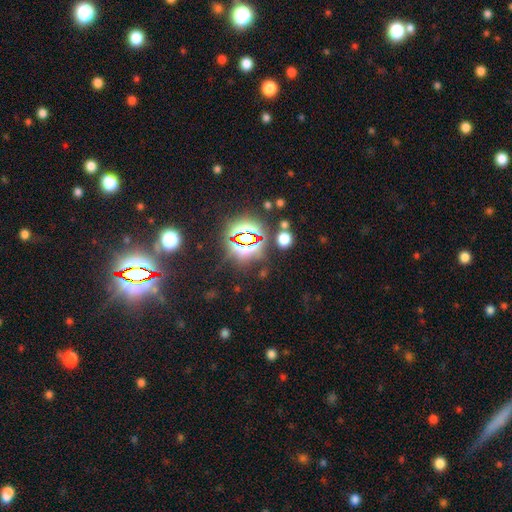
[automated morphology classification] Smooth or featured?
  - star or artifact: 82% *
  - smooth: 11%
  - featured or disk: 7%